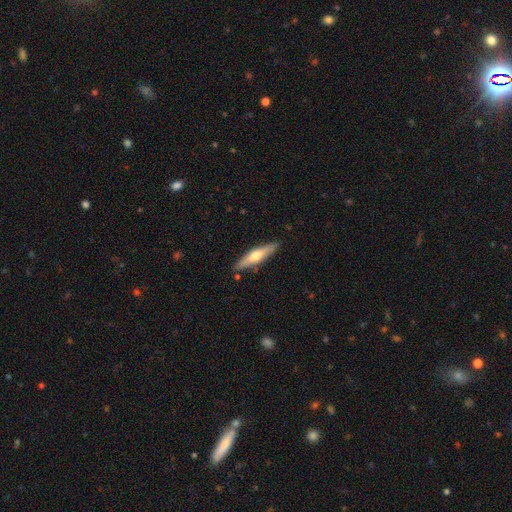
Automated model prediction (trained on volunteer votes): Smooth or featured?
  - featured or disk: 50% *
  - smooth: 45%
  - star or artifact: 5%
Merging?
  - none: 86% *
  - minor disturbance: 10%
  - merger: 2%
  - major disturbance: 2%